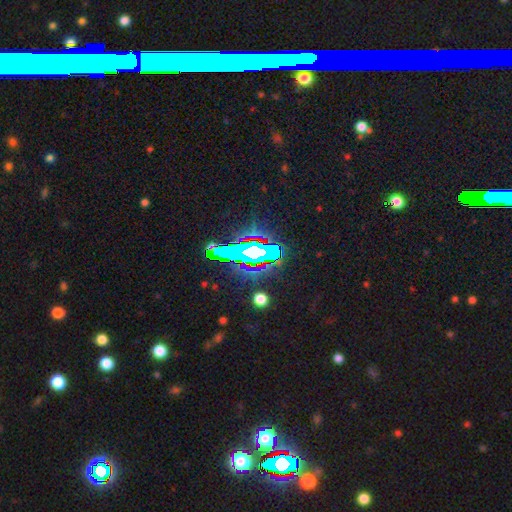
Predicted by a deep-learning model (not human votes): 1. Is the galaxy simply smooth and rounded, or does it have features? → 64% star or artifact, 19% featured or disk, 16% smooth.